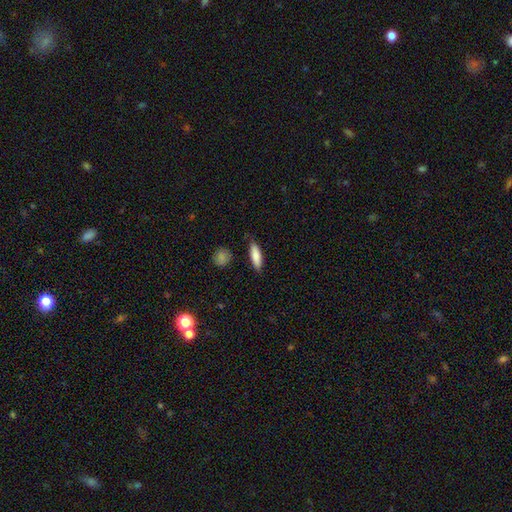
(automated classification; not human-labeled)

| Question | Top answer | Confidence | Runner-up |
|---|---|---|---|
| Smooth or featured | smooth | 84% | featured or disk (10%) |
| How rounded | cigar-shaped | 50% | in between (48%) |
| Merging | none | 81% | minor disturbance (14%) |